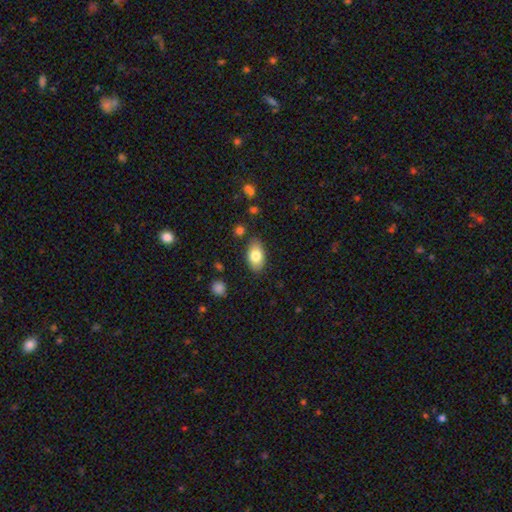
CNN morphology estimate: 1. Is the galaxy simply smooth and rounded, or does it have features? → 79% smooth, 14% featured or disk, 7% star or artifact.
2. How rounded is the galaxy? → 91% in between, 7% round, 2% cigar-shaped.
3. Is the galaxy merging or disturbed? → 84% none, 11% minor disturbance, 2% major disturbance, 2% merger.